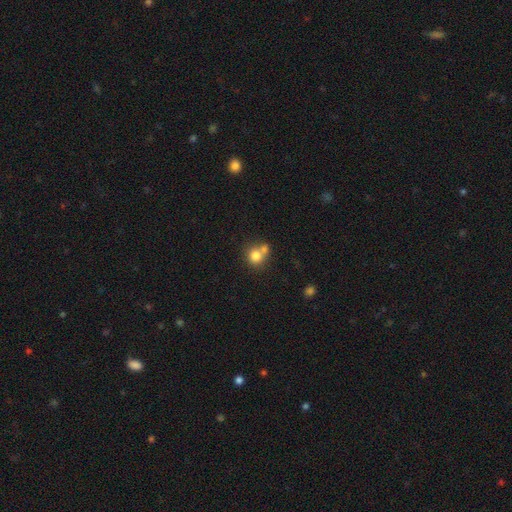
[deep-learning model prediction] Morphology: type=smooth (79%); roundness=round (84%); merging=none (45%).